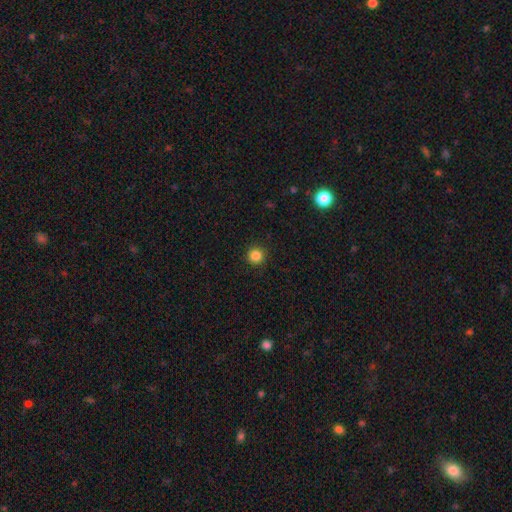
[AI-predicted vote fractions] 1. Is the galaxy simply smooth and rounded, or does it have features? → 84% smooth, 12% star or artifact, 3% featured or disk.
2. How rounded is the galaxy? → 96% round, 4% in between, 1% cigar-shaped.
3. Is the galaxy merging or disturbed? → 92% none, 5% minor disturbance, 2% major disturbance, 1% merger.